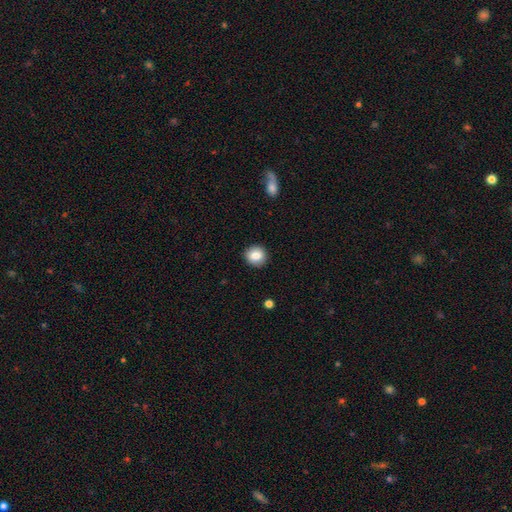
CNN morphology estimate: Q: Smooth or featured?
A: smooth (85%); runner-up: star or artifact (9%)
Q: How rounded?
A: round (87%); runner-up: in between (12%)
Q: Merging?
A: none (91%); runner-up: minor disturbance (6%)